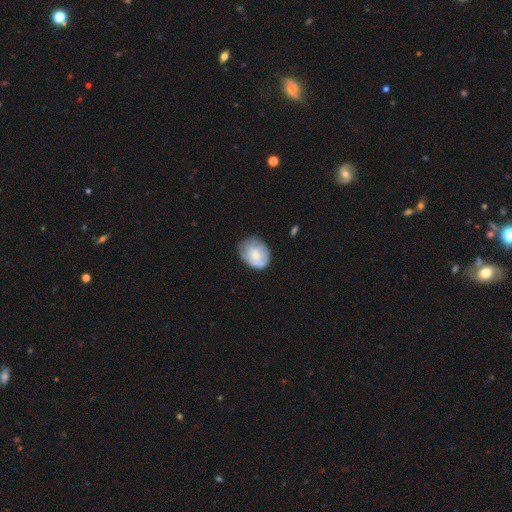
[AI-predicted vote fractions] smooth 60%, featured or disk 33%, star or artifact 7%. Down the decision tree: how rounded — in between (57%); merging — none (55%).